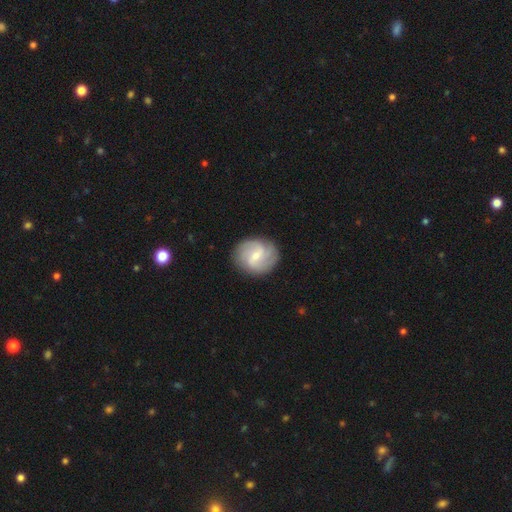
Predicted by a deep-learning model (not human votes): A featured or disk galaxy (74%) with a weak bar (59%), 2 (40%) medium (42%) spiral arms (92%) and a small central bulge (65%). Merging: none (84%).